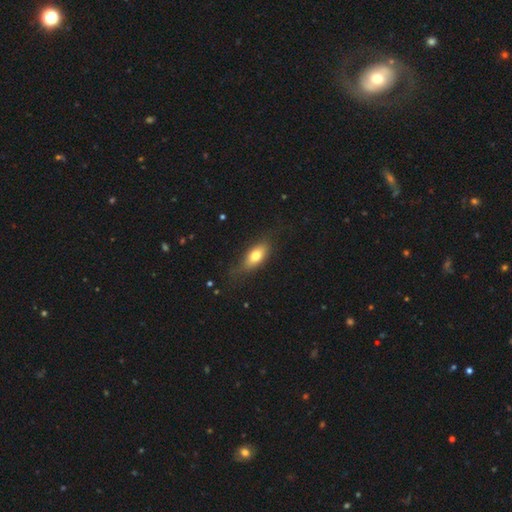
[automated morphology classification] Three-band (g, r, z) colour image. It shows a smooth galaxy with no disk features (72%) that is in between round and cigar-shaped (81%). Merging: none (69%).